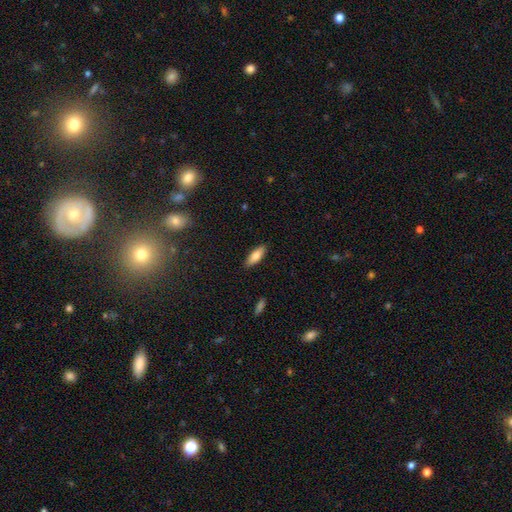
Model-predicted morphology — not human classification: smooth-or-featured: smooth: 79% | featured or disk: 14% | star or artifact: 7%
  how-rounded: in between: 65% | cigar-shaped: 33% | round: 2%
  merging: none: 88% | minor disturbance: 9% | major disturbance: 2% | merger: 1%